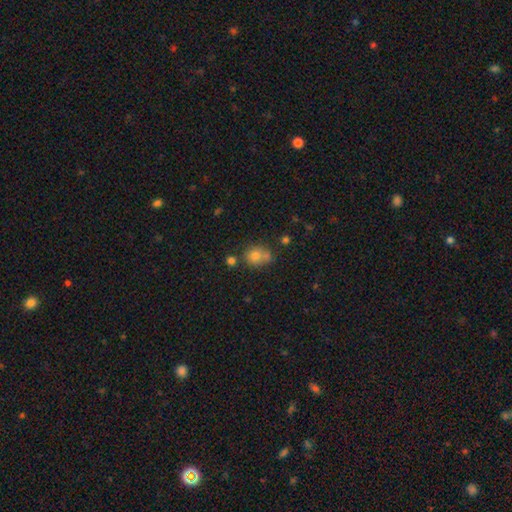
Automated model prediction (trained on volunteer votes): smooth_or_featured: smooth (p=0.73) [alt: star or artifact p=0.16]
how_rounded: round (p=0.73) [alt: in between p=0.26]
merging: none (p=0.49) [alt: merger p=0.31]